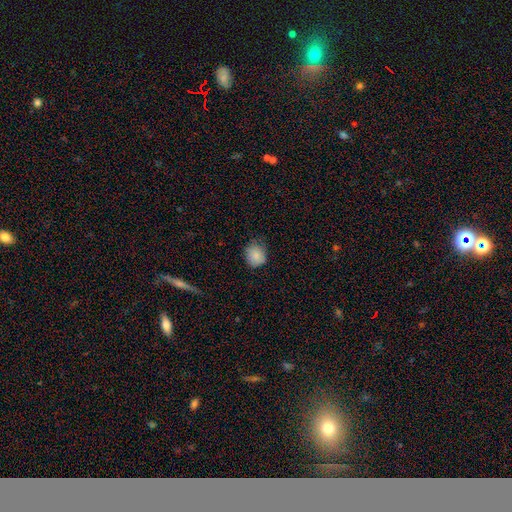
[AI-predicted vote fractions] A smooth galaxy with no disk features (86%) that is round (75%).

Vote fractions:
- Smooth or featured? smooth: 86% / star or artifact: 9% / featured or disk: 6%
- How rounded? round: 75% / in between: 24% / cigar-shaped: 1%
- Merging? none: 69% / minor disturbance: 26% / major disturbance: 4% / merger: 1%